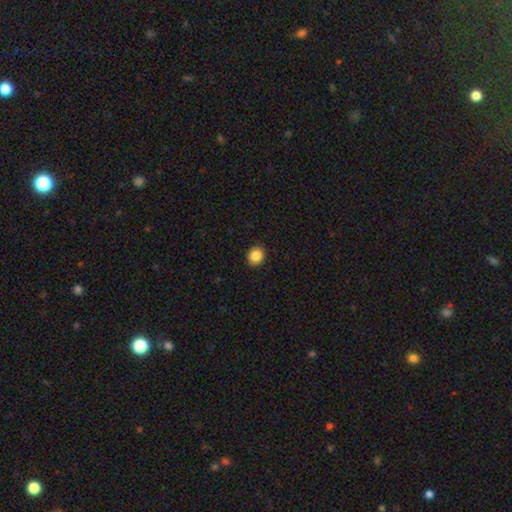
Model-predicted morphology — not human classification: This is clearly a smooth galaxy (87%). How rounded: likely round (79%). Merging: clearly none (92%).